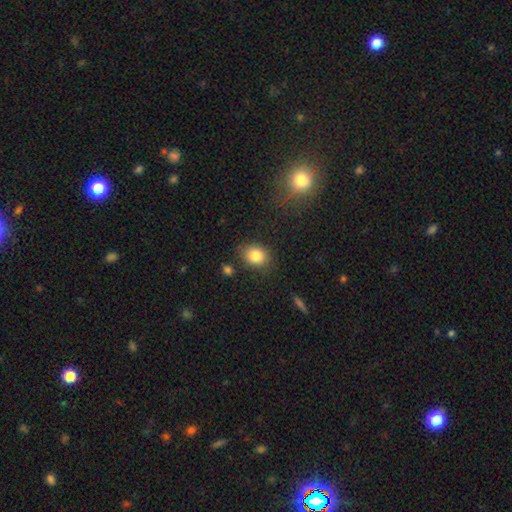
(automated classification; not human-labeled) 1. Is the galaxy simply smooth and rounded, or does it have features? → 84% smooth, 10% star or artifact, 6% featured or disk.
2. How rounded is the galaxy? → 50% in between, 49% round, 1% cigar-shaped.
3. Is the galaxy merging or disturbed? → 78% none, 15% minor disturbance, 4% major disturbance, 3% merger.